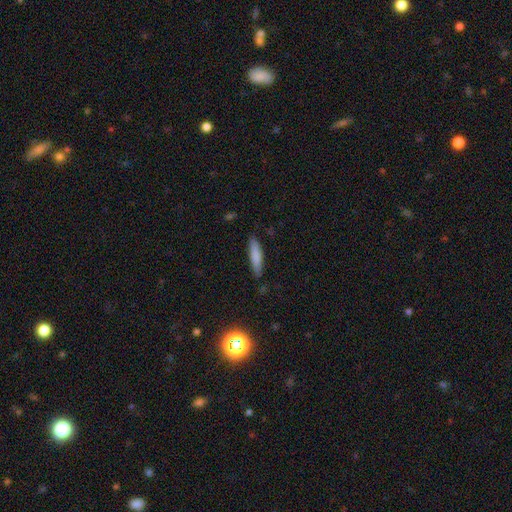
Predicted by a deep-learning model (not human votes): The model was most divided on "how rounded": cigar-shaped: 80%, in between: 19%, round: 1%. More confident: merging — none (85%); smooth or featured — smooth (80%).